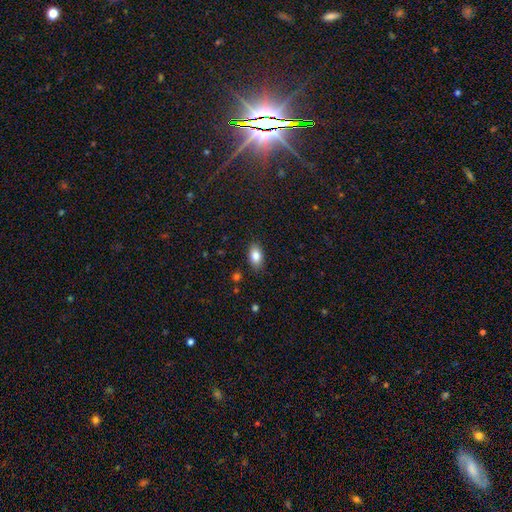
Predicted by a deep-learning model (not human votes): The model was most divided on "merging": none: 86%, minor disturbance: 10%, major disturbance: 2%, merger: 1%. More confident: how rounded — in between (90%); smooth or featured — smooth (85%).